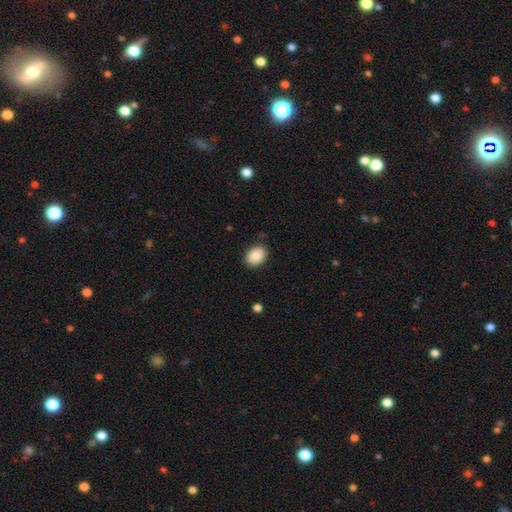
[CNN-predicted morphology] A smooth galaxy with no disk features (87%) that is in between round and cigar-shaped (66%).

Vote fractions:
- Smooth or featured? smooth: 87% / star or artifact: 7% / featured or disk: 6%
- How rounded? in between: 66% / round: 33% / cigar-shaped: 1%
- Merging? none: 86% / minor disturbance: 10% / major disturbance: 2% / merger: 1%